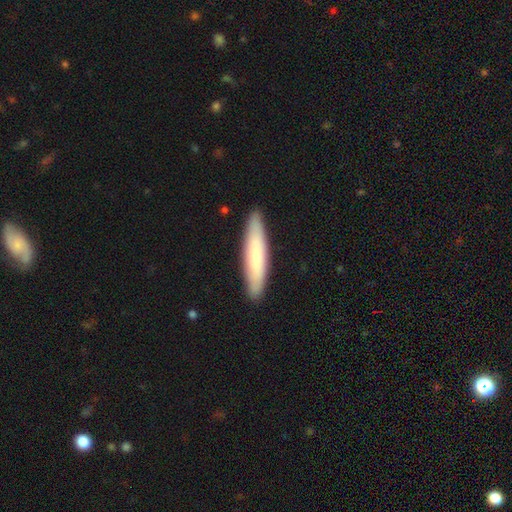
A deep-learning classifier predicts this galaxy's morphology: smooth_or_featured: smooth (p=0.73) [alt: featured or disk p=0.22]
how_rounded: cigar-shaped (p=0.86) [alt: in between p=0.13]
merging: none (p=0.90) [alt: minor disturbance p=0.08]